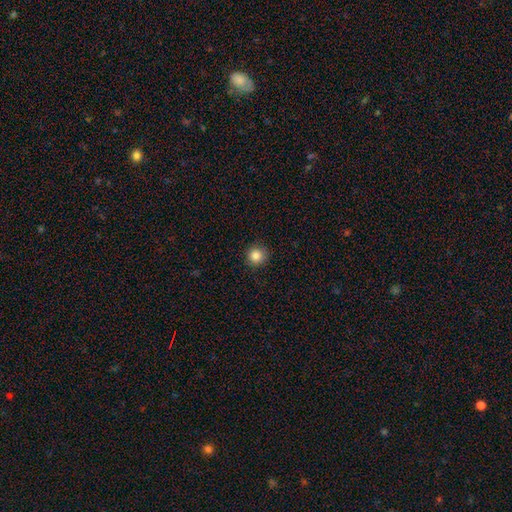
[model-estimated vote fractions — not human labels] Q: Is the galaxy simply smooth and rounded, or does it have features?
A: smooth — 85%.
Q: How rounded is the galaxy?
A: round — 94%.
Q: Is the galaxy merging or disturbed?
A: none — 90%.